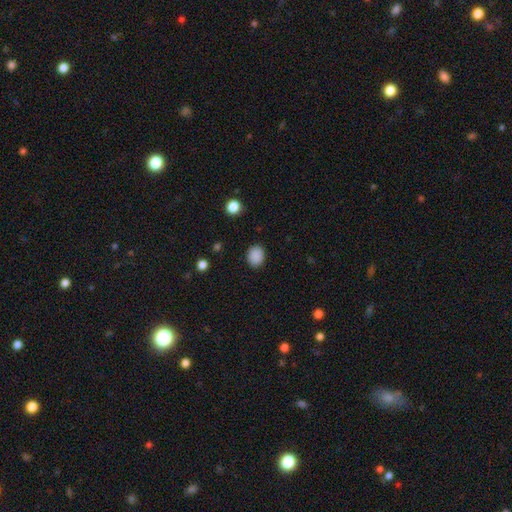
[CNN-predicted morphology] Overall: smooth (88%). How rounded: round (58%; in between 41%). Merging: none (87%).